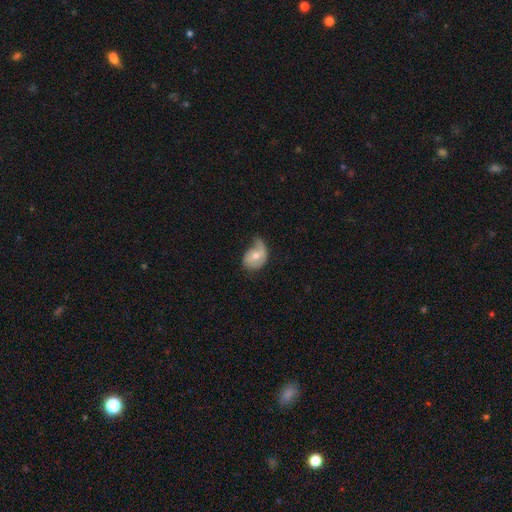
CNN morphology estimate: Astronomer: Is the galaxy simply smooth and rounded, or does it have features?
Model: smooth — 50% (runner-up: featured or disk, 43%).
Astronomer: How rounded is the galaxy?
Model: in between — 66%.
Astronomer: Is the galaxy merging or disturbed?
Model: minor disturbance — 38% (runner-up: major disturbance, 31%).